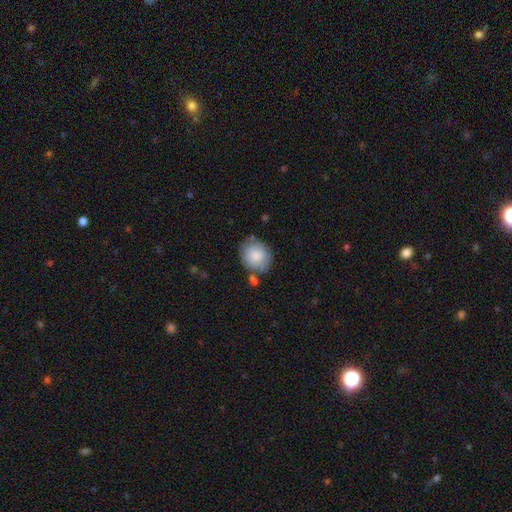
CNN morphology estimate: type=smooth (85%); roundness=round (77%); merging=none (68%).